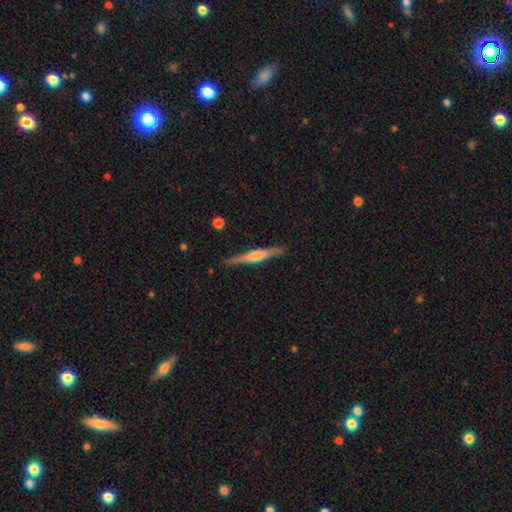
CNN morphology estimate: Smooth or featured? featured or disk (69%)
Edge-on disk? yes (98%)
Edge-on bulge? rounded (61%)
Merging? none (89%)